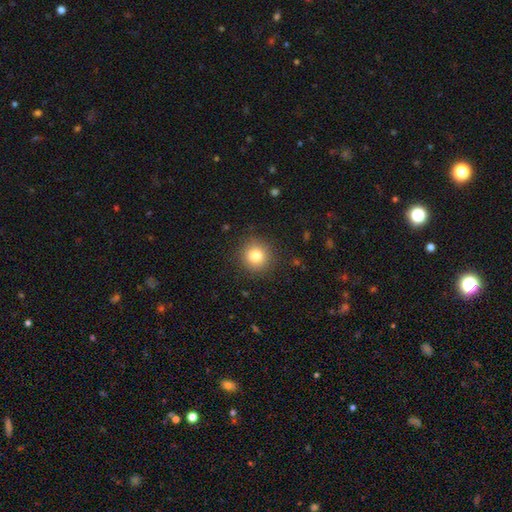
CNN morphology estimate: Smooth or featured?
  - smooth: 82% *
  - star or artifact: 11%
  - featured or disk: 7%
How rounded?
  - round: 92% *
  - in between: 7%
  - cigar-shaped: 1%
Merging?
  - none: 89% *
  - minor disturbance: 7%
  - major disturbance: 3%
  - merger: 1%